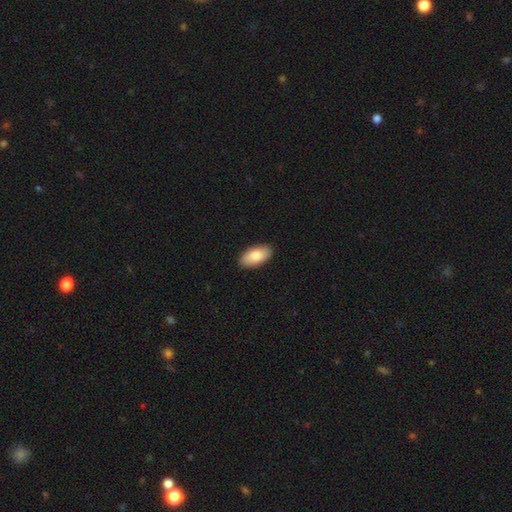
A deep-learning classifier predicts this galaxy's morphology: Smooth or featured: smooth — 83% (featured or disk — 11%)
How rounded: in between — 94% (cigar-shaped — 3%)
Merging: none — 90% (minor disturbance — 8%)